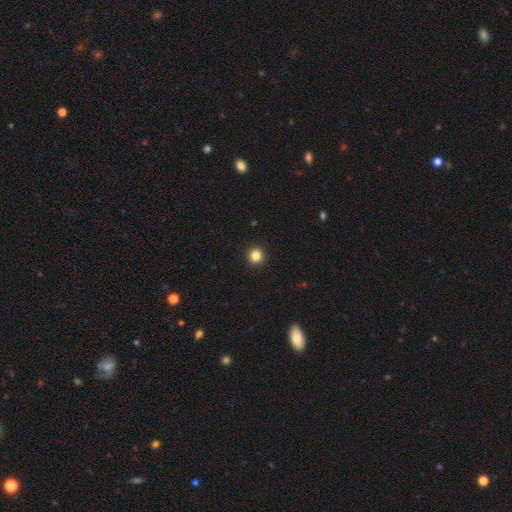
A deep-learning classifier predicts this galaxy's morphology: A smooth galaxy with no disk features (83%) that is round (93%).

Vote fractions:
- Smooth or featured? smooth: 83% / star or artifact: 12% / featured or disk: 5%
- How rounded? round: 93% / in between: 6% / cigar-shaped: 1%
- Merging? none: 94% / minor disturbance: 4% / major disturbance: 1% / merger: 1%